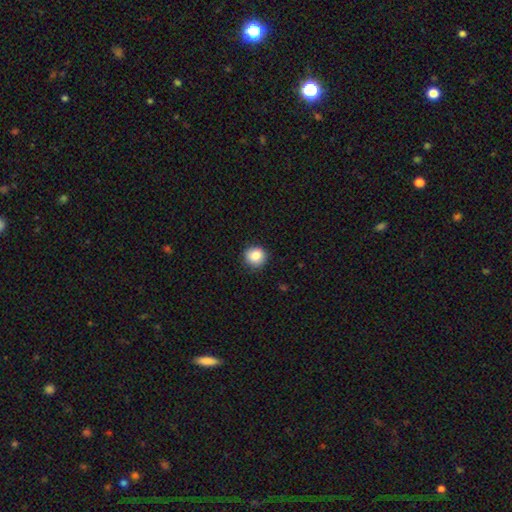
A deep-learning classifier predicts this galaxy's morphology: Smooth or featured? Predicted: smooth (p=0.86). How rounded? Predicted: round (p=0.91). Merging? Predicted: none (p=0.85).